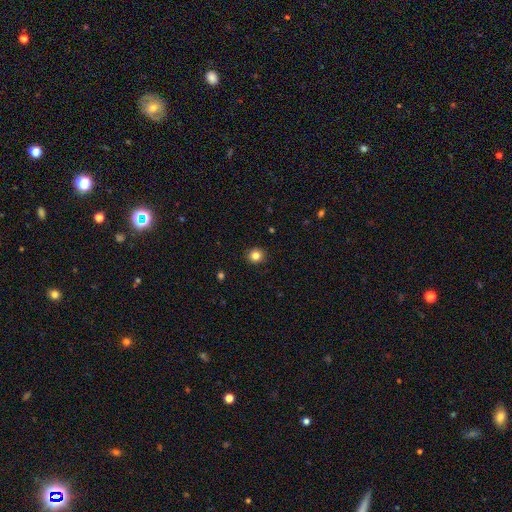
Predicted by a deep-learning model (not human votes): A smooth galaxy with no disk features (83%) that is round (89%).

Vote fractions:
- Smooth or featured? smooth: 83% / star or artifact: 12% / featured or disk: 5%
- How rounded? round: 89% / in between: 10% / cigar-shaped: 1%
- Merging? none: 92% / minor disturbance: 5% / major disturbance: 2% / merger: 1%